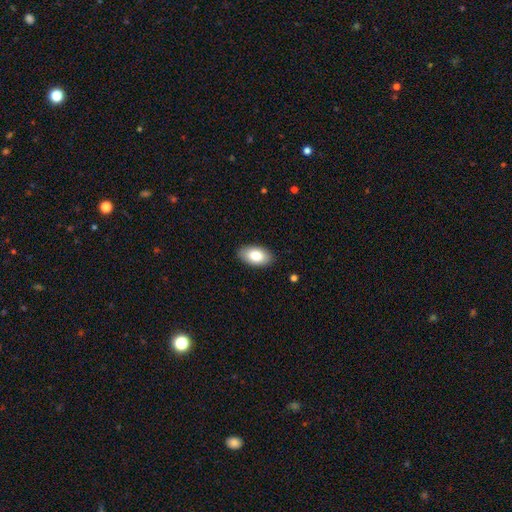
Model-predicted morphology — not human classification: smooth_or_featured: smooth (p=0.83) [alt: featured or disk p=0.11]
how_rounded: in between (p=0.95) [alt: round p=0.04]
merging: none (p=0.88) [alt: minor disturbance p=0.09]